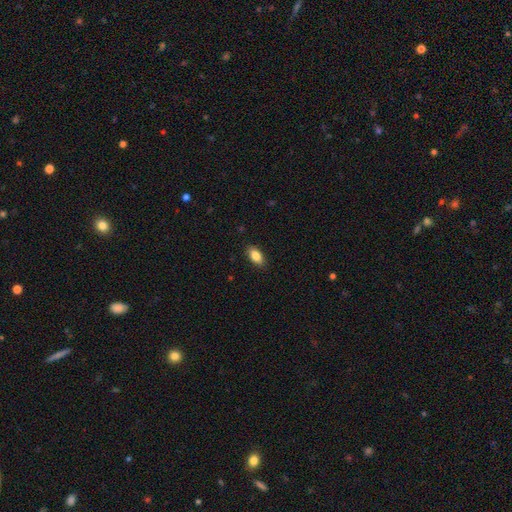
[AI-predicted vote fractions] This is clearly a smooth galaxy (85%). How rounded: clearly in between (90%). Merging: clearly none (88%).